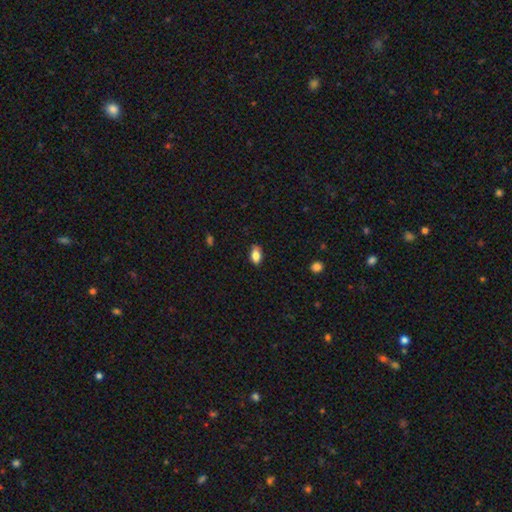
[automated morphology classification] Smooth or featured? Predicted: smooth (p=0.83). How rounded? Predicted: in between (p=0.90). Merging? Predicted: none (p=0.83).